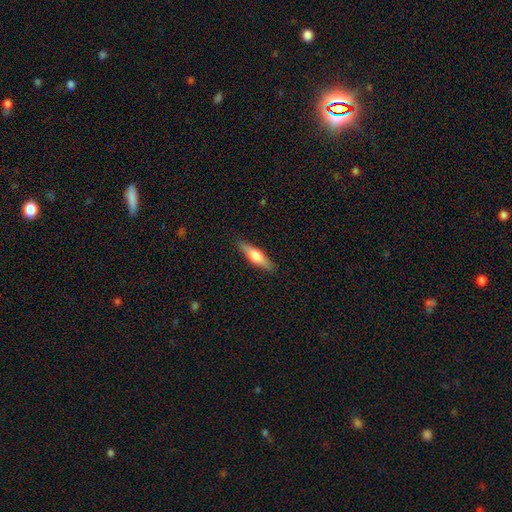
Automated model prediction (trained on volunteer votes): The model was most divided on "smooth or featured": smooth: 55%, featured or disk: 40%, star or artifact: 6%. More confident: merging — none (89%); how rounded — cigar-shaped (69%).